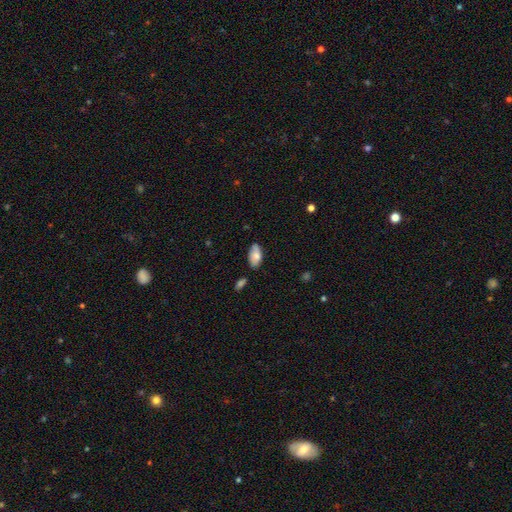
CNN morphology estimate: This appears to be a smooth galaxy with no disk features (74%) that is in between round and cigar-shaped (93%). Merging: none (75%).